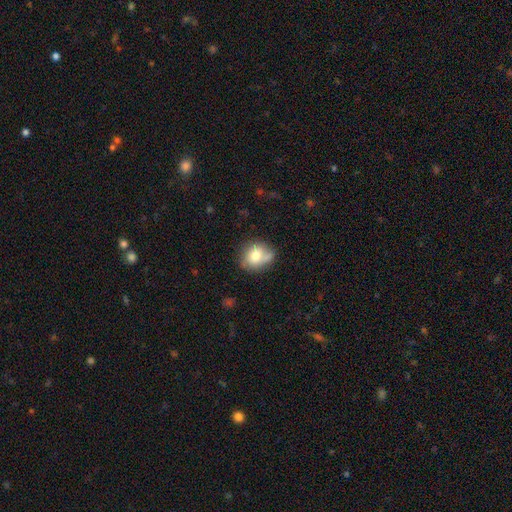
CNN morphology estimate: A smooth galaxy with no disk features (72%) that is round (63%).

Vote fractions:
- Smooth or featured? smooth: 72% / featured or disk: 19% / star or artifact: 9%
- How rounded? round: 63% / in between: 36% / cigar-shaped: 1%
- Merging? none: 55% / minor disturbance: 27% / merger: 11% / major disturbance: 8%